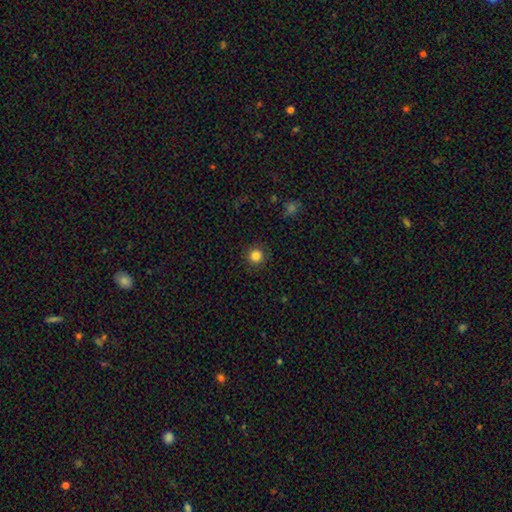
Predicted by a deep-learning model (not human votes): Q: Smooth or featured?
A: smooth (85%); runner-up: star or artifact (11%)
Q: How rounded?
A: round (95%); runner-up: in between (4%)
Q: Merging?
A: none (91%); runner-up: minor disturbance (6%)